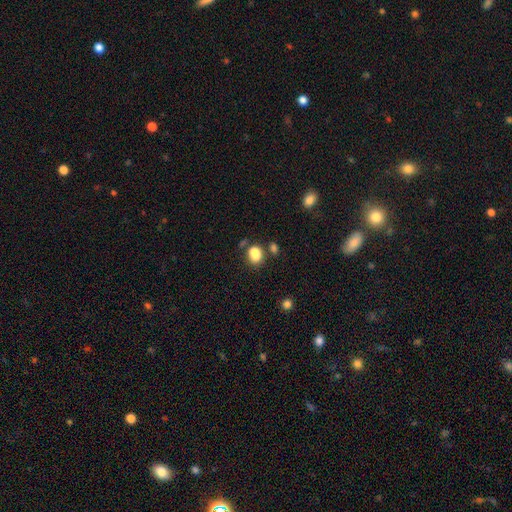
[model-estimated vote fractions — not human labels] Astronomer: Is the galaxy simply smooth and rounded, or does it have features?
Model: smooth — 82%.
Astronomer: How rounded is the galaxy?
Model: in between — 61% (runner-up: round, 38%).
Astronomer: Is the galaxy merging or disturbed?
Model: none — 61%.